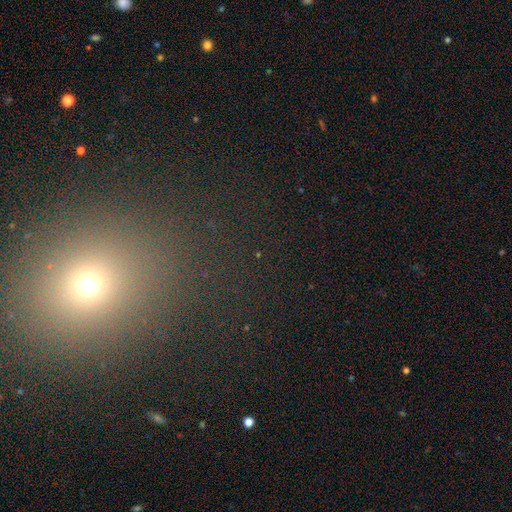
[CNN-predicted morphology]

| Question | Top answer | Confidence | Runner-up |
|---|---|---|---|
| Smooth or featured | smooth | 48% | star or artifact (43%) |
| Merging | none | 85% | minor disturbance (8%) |